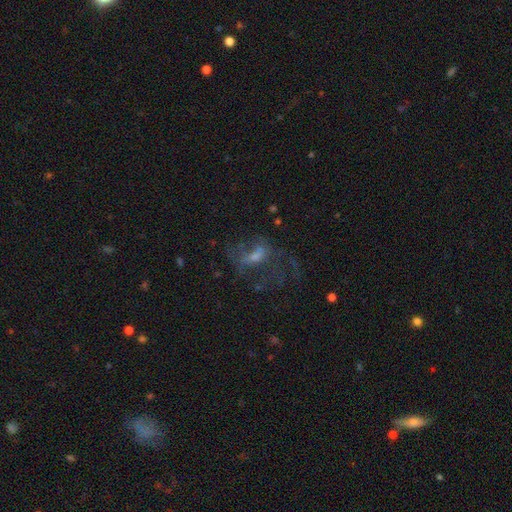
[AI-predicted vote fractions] Overall: featured or disk (55%; smooth 24%). Edge-on disk: no (93%). Bar: no (49%; weak 38%). Spiral arms: no (55%; yes 45%). Bulge size: small (44%; moderate 32%). Merging: major disturbance (41%, tied with none).